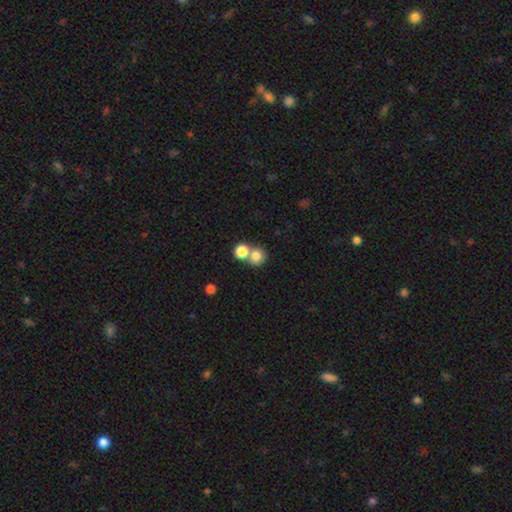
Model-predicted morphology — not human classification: The model was most divided on "merging": none: 48%, merger: 43%, minor disturbance: 6%, major disturbance: 3%. More confident: how rounded — round (87%); smooth or featured — smooth (80%).